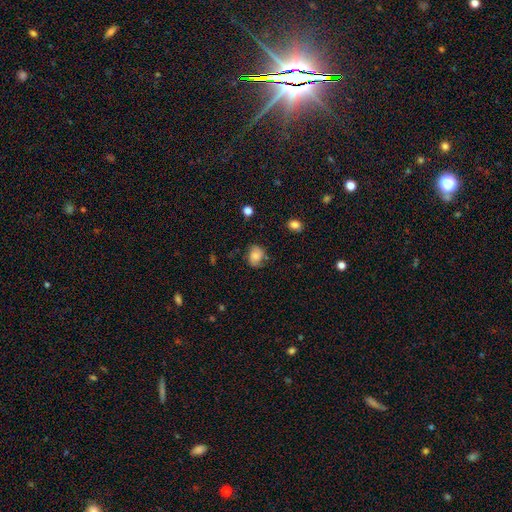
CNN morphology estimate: A smooth galaxy with no disk features (64%) that is round (51%).

Vote fractions:
- Smooth or featured? smooth: 64% / featured or disk: 26% / star or artifact: 10%
- How rounded? round: 51% / in between: 48% / cigar-shaped: 1%
- Merging? none: 66% / minor disturbance: 24% / major disturbance: 8% / merger: 2%